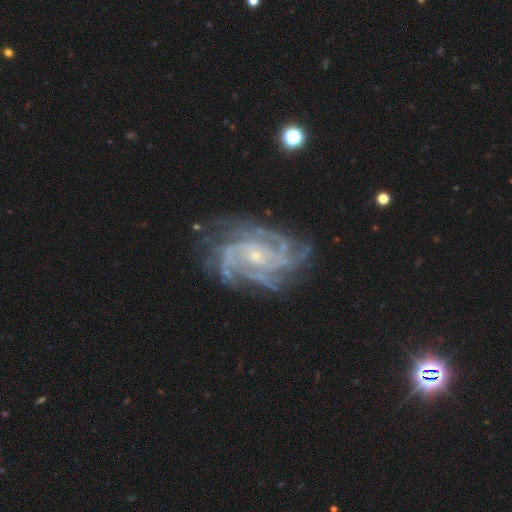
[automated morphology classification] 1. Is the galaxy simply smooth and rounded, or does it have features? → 91% featured or disk, 6% star or artifact, 3% smooth.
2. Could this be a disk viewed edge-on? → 97% no, 3% yes.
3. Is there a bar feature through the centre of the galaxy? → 63% no, 29% weak, 8% strong.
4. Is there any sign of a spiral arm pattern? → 98% yes, 2% no.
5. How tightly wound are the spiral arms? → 62% tight, 33% medium, 5% loose.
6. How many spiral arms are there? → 29% 4, 18% can't tell, 18% 3, 15% more than 4, 11% 2, 8% 1.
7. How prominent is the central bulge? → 74% small, 21% moderate, 3% none, 1% large, 1% dominant.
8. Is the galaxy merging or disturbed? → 73% none, 17% minor disturbance, 8% major disturbance, 2% merger.